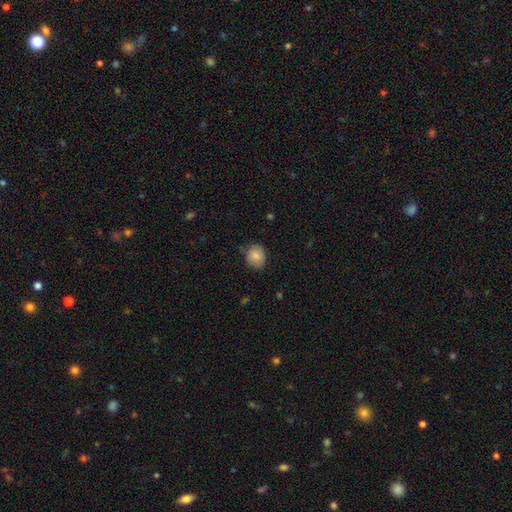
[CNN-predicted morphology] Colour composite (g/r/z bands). It shows a smooth galaxy with no disk features (83%) that is round (60%). Merging: none (73%).